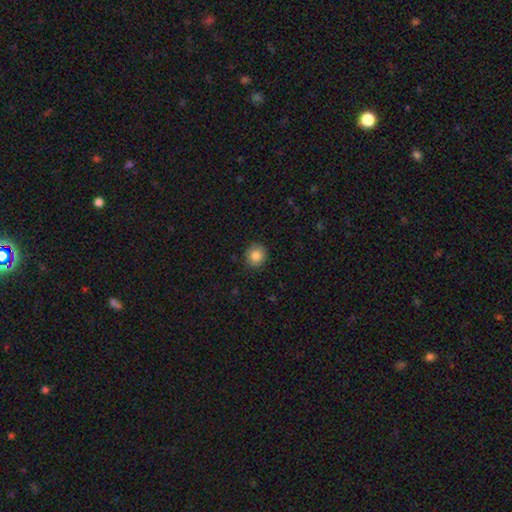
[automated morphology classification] A smooth galaxy with no disk features (84%) that is round (89%).

Vote fractions:
- Smooth or featured? smooth: 84% / star or artifact: 9% / featured or disk: 7%
- How rounded? round: 89% / in between: 10% / cigar-shaped: 1%
- Merging? none: 88% / minor disturbance: 9% / major disturbance: 2% / merger: 1%